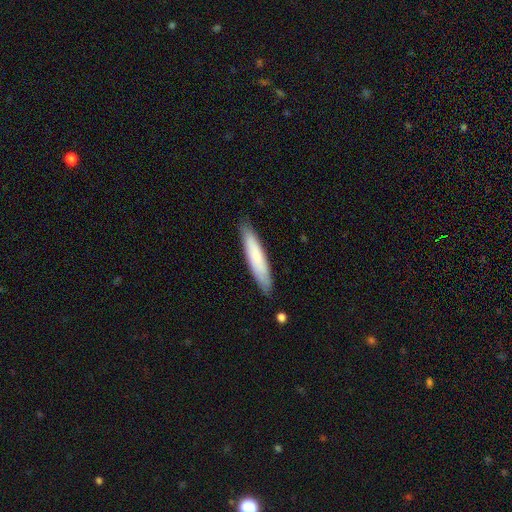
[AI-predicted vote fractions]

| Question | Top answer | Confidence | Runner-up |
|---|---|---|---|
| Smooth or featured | smooth | 72% | featured or disk (22%) |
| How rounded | cigar-shaped | 87% | in between (12%) |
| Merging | none | 87% | minor disturbance (10%) |